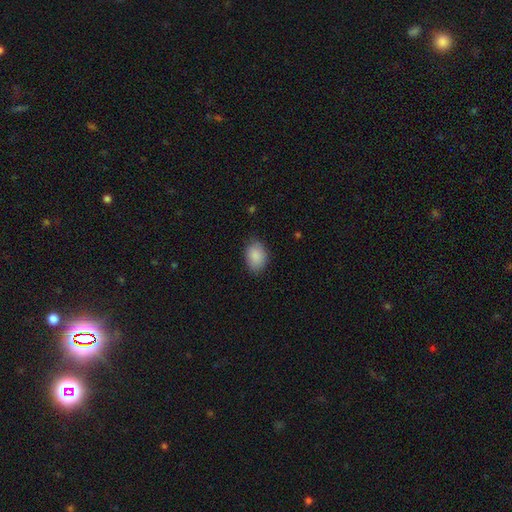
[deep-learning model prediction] Smooth or featured: smooth — 89% (star or artifact — 7%)
How rounded: in between — 84% (round — 15%)
Merging: none — 82% (minor disturbance — 14%)